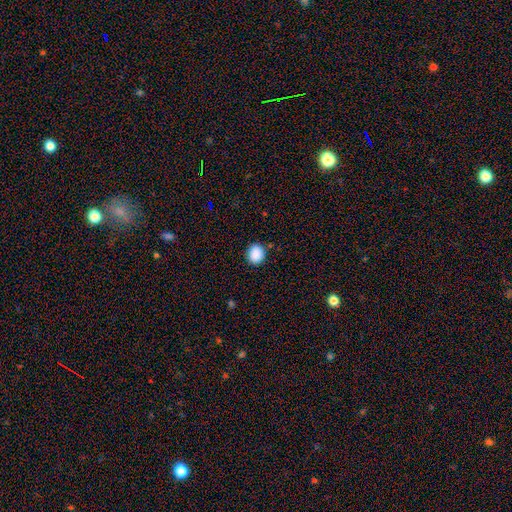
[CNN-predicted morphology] Smooth or featured? smooth (89%)
How rounded? round (64%)
Merging? none (87%)